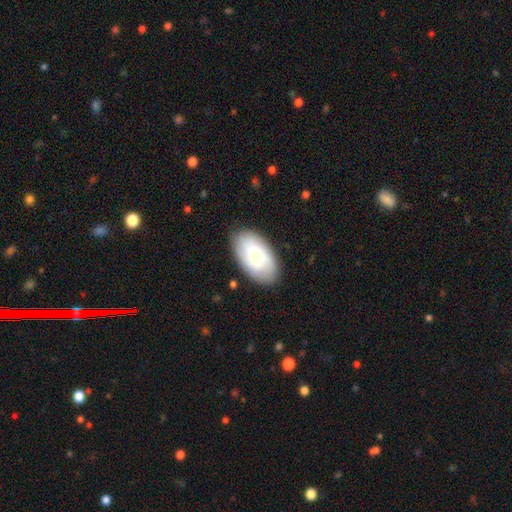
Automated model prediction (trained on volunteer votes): Morphology: type=smooth (74%); roundness=in between (95%); merging=none (83%).